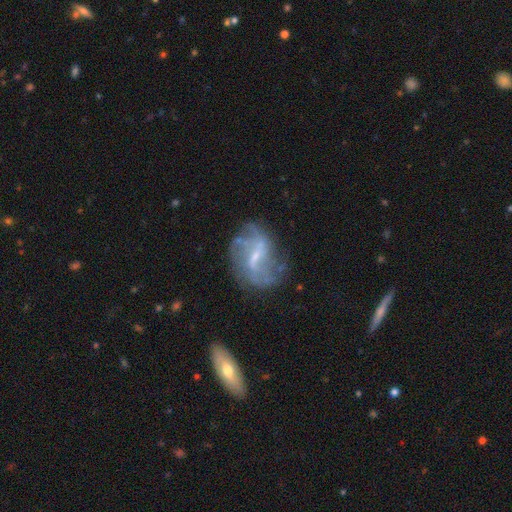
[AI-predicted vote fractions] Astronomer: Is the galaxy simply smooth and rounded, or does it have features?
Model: featured or disk — 78%.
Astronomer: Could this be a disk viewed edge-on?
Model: no — 96%.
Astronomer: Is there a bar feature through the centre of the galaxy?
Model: weak — 52% (runner-up: strong, 30%).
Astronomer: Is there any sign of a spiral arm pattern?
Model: yes — 83%.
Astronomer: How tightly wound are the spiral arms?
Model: loose — 53% (runner-up: medium, 33%).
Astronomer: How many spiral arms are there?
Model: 2 — 48% (runner-up: can't tell, 28%).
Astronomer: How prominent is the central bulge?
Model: small — 58%.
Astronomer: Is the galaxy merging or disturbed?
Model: none — 60%.